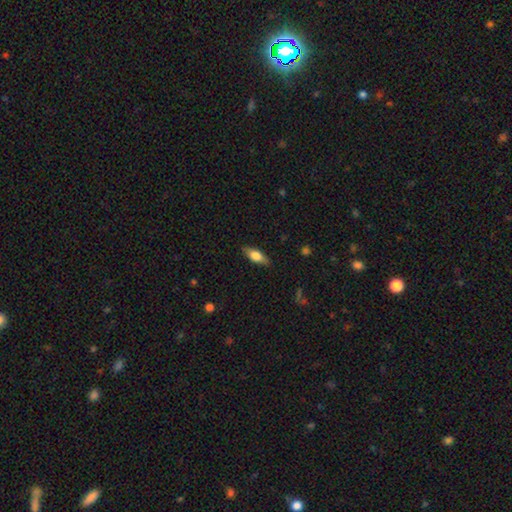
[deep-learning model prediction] A smooth galaxy with no disk features (60%) that is in between round and cigar-shaped (67%).

Vote fractions:
- Smooth or featured? smooth: 60% / featured or disk: 34% / star or artifact: 7%
- How rounded? in between: 67% / cigar-shaped: 30% / round: 3%
- Merging? none: 86% / minor disturbance: 11% / major disturbance: 2% / merger: 1%